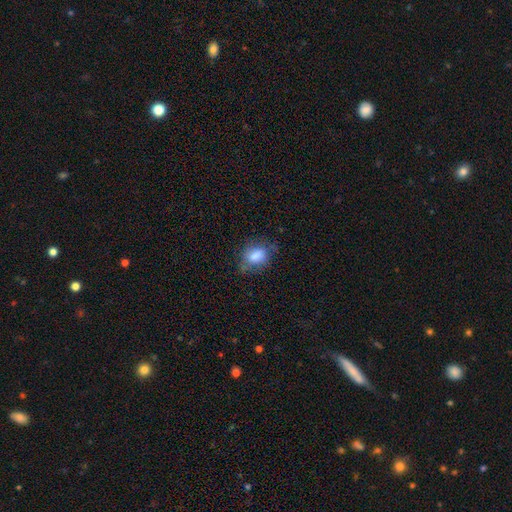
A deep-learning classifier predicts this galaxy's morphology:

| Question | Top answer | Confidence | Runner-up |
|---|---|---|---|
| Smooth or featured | smooth | 81% | featured or disk (11%) |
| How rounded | in between | 70% | round (28%) |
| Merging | none | 60% | minor disturbance (28%) |